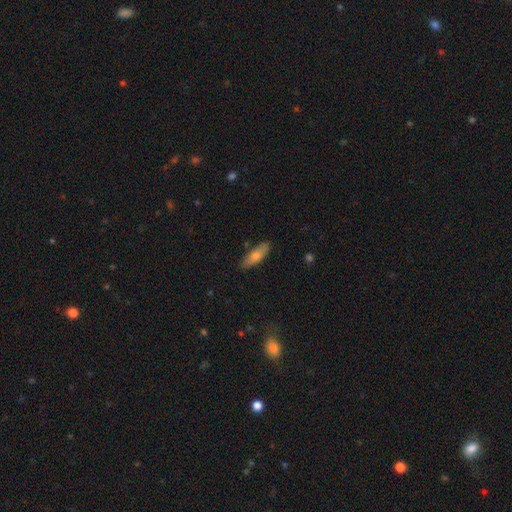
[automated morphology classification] This is likely a smooth galaxy (69%). How rounded: possibly in between (52%). Merging: clearly none (85%).